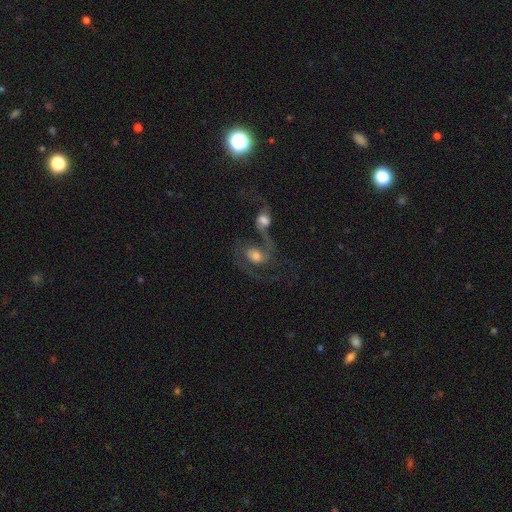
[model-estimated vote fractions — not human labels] Q: Smooth or featured?
A: featured or disk (73%); runner-up: smooth (19%)
Q: Edge-on disk?
A: no (96%); runner-up: yes (4%)
Q: Bar?
A: no (55%); runner-up: weak (36%)
Q: Spiral arms?
A: yes (90%); runner-up: no (10%)
Q: Spiral winding?
A: medium (45%); runner-up: loose (40%)
Q: Spiral arm count?
A: 2 (74%); runner-up: 1 (10%)
Q: Bulge size?
A: moderate (55%); runner-up: large (22%)
Q: Merging?
A: merger (61%); runner-up: none (18%)